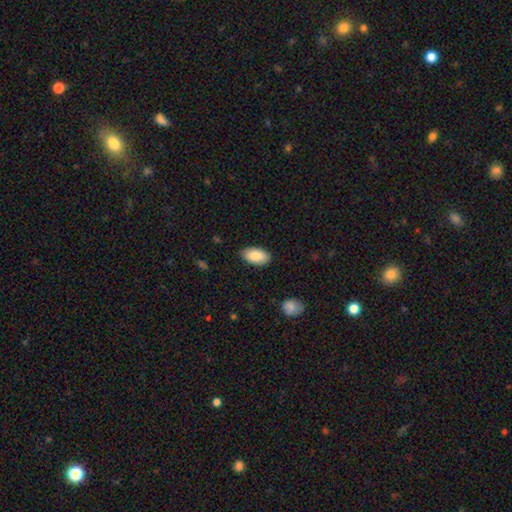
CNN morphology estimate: This is clearly a smooth galaxy (86%). How rounded: clearly in between (95%). Merging: clearly none (85%).